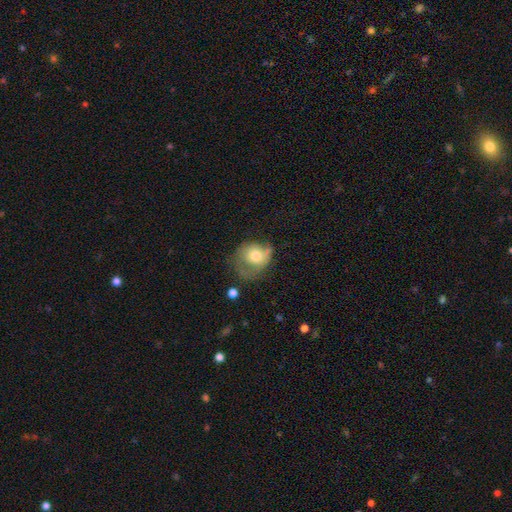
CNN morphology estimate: This appears to be a smooth galaxy with no disk features (62%) that is round (60%). Merging: major disturbance (35%).